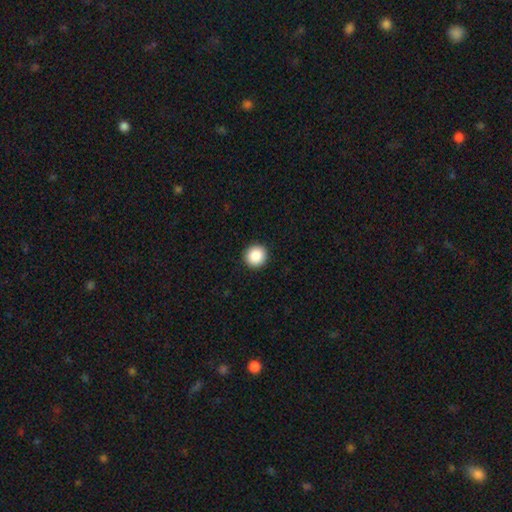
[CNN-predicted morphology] A smooth galaxy with no disk features (89%) that is round (95%). Merging: none (93%).